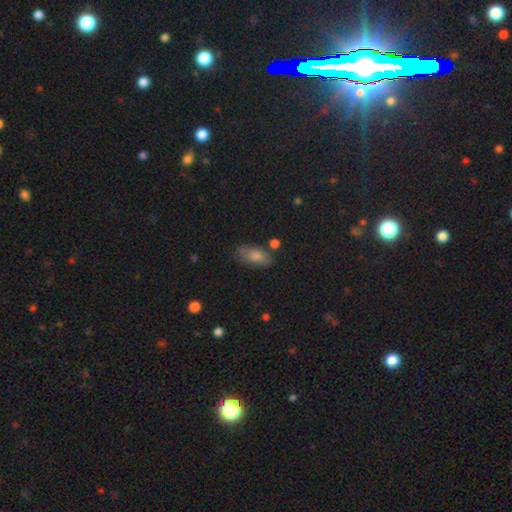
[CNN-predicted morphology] Overall: smooth (69%). How rounded: in between (85%). Merging: none (74%).